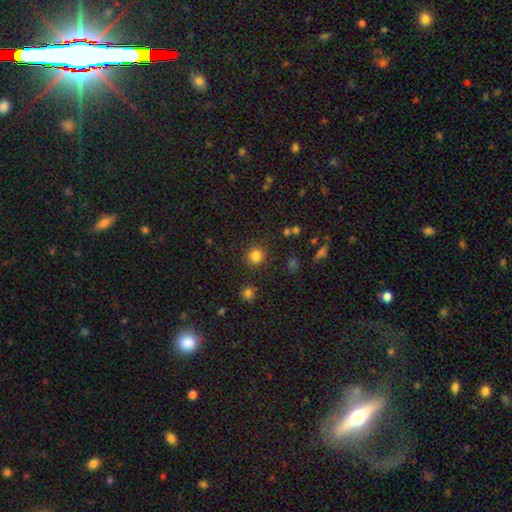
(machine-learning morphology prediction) The model was most divided on "smooth or featured": smooth: 83%, star or artifact: 13%, featured or disk: 4%. More confident: how rounded — round (91%); merging — none (88%).